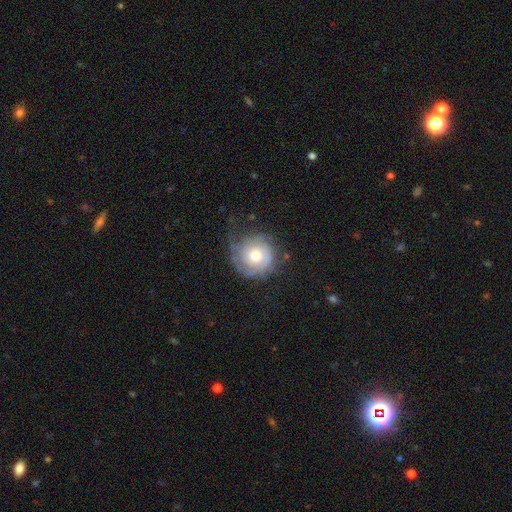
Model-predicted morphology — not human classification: This is possibly a featured or disk galaxy (58%). It is clearly not viewed edge-on (97%). Bar: clearly no (82%). Spiral arm pattern: clearly yes (82%). Central bulge: likely moderate (66%). Merging: possibly none (59%).